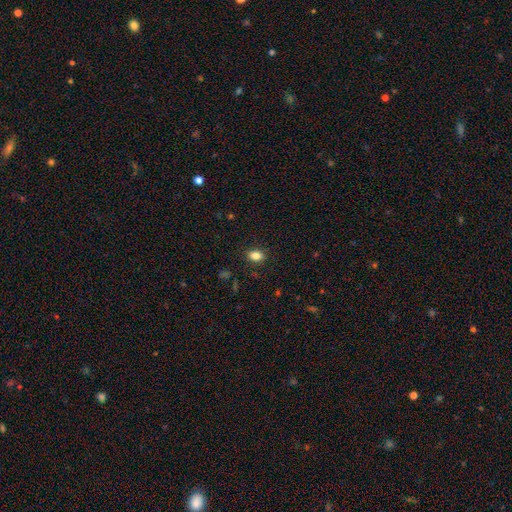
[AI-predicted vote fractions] A smooth galaxy with no disk features (84%) that is in between round and cigar-shaped (77%).

Vote fractions:
- Smooth or featured? smooth: 84% / star or artifact: 10% / featured or disk: 5%
- How rounded? in between: 77% / round: 22% / cigar-shaped: 2%
- Merging? none: 87% / minor disturbance: 9% / major disturbance: 2% / merger: 1%